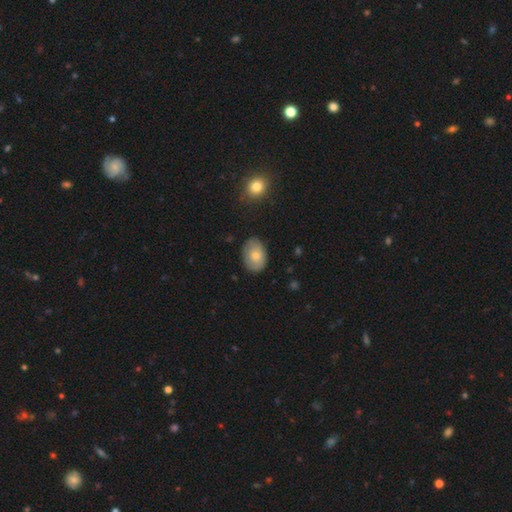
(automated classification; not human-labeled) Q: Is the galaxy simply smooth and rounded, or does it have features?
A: smooth — 75%.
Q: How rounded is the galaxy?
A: in between — 79%.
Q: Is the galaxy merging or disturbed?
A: none — 78%.